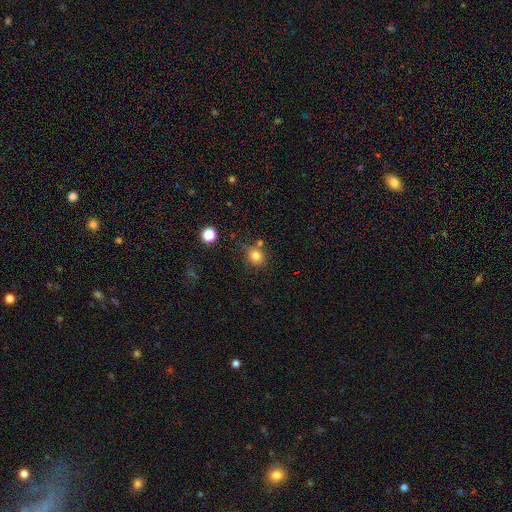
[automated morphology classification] A smooth galaxy with no disk features (80%) that is round (76%). Merging: none (71%).